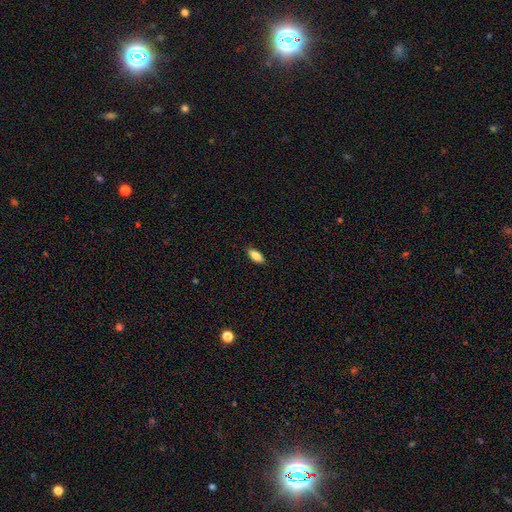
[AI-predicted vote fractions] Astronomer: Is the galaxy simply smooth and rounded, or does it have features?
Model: smooth — 85%.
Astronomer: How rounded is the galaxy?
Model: in between — 82%.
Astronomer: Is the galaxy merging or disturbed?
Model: none — 87%.